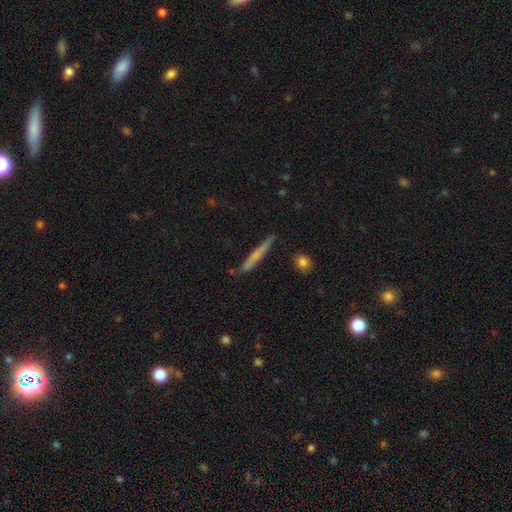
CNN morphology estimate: Smooth or featured: smooth — 55% (featured or disk — 39%)
How rounded: cigar-shaped — 95% (in between — 3%)
Merging: none — 84% (minor disturbance — 12%)